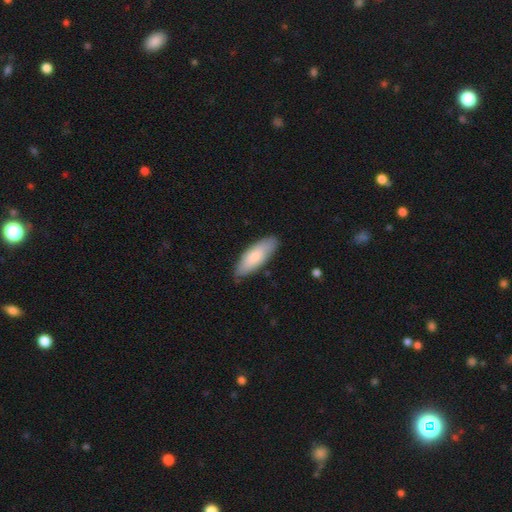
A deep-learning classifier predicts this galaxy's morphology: smooth 78%, featured or disk 16%, star or artifact 5%. Down the decision tree: how rounded — in between (65%); merging — none (82%).